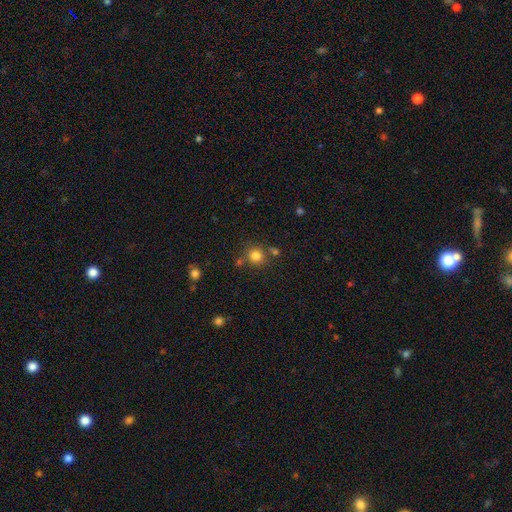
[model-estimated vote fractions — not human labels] The model was most divided on "merging": none: 72%, merger: 14%, minor disturbance: 11%, major disturbance: 4%. More confident: how rounded — round (88%); smooth or featured — smooth (80%).